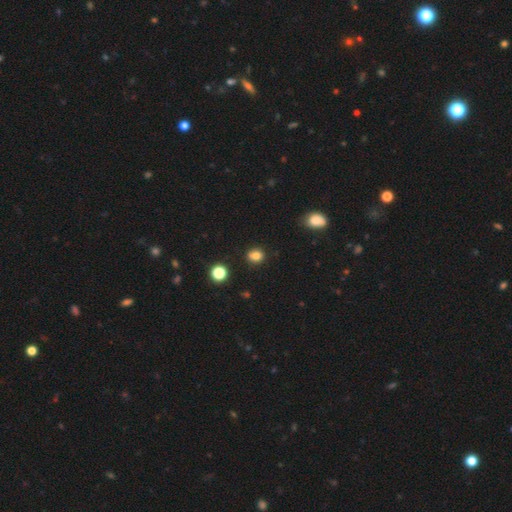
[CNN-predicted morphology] Smooth or featured? Predicted: smooth (p=0.83). How rounded? Predicted: round (p=0.64). Merging? Predicted: none (p=0.87).